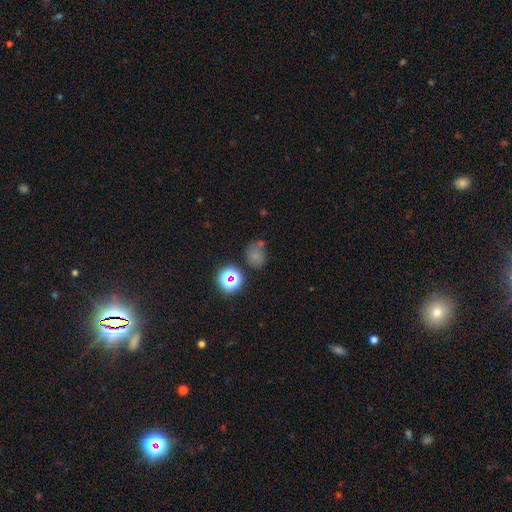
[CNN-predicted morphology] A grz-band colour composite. It shows a smooth galaxy with no disk features (62%) that is round (63%). Merging: none (54%).